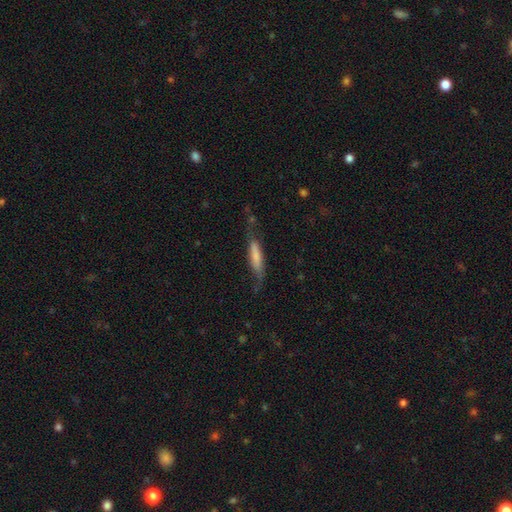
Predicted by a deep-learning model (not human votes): Morphology: type=smooth (56%); roundness=cigar-shaped (77%); merging=none (53%).